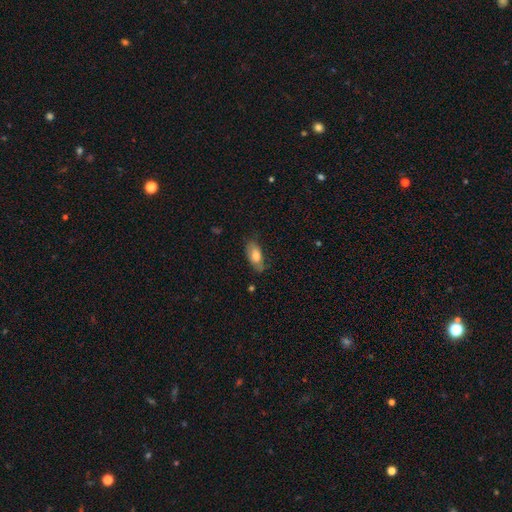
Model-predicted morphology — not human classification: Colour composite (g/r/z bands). It shows a smooth galaxy with no disk features (71%) that is in between round and cigar-shaped (88%). Merging: none (66%).